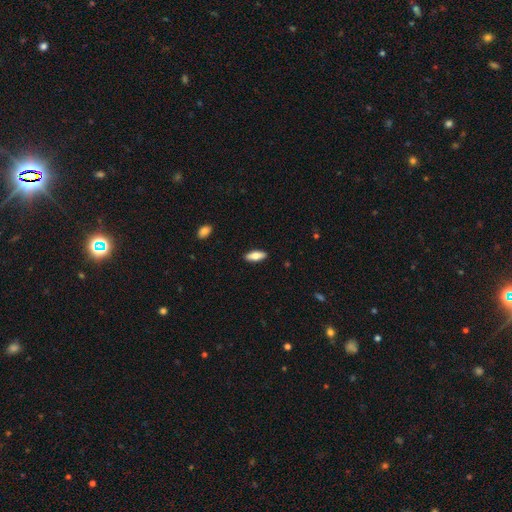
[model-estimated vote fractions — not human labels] A smooth galaxy with no disk features (73%) that is in between round and cigar-shaped (72%).

Vote fractions:
- Smooth or featured? smooth: 73% / featured or disk: 21% / star or artifact: 6%
- How rounded? in between: 72% / cigar-shaped: 26% / round: 2%
- Merging? none: 90% / minor disturbance: 8% / major disturbance: 2% / merger: 1%